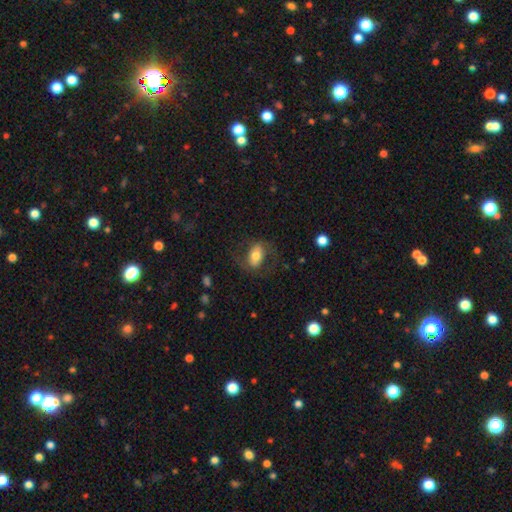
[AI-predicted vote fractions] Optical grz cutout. It shows a smooth galaxy with no disk features (56%) that is in between round and cigar-shaped (85%). Merging: none (65%).